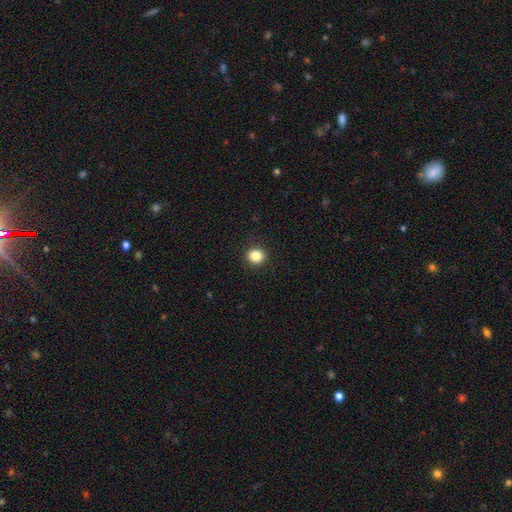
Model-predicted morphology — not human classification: smooth_or_featured: smooth (p=0.85) [alt: star or artifact p=0.11]
how_rounded: round (p=0.87) [alt: in between p=0.12]
merging: none (p=0.92) [alt: minor disturbance p=0.05]